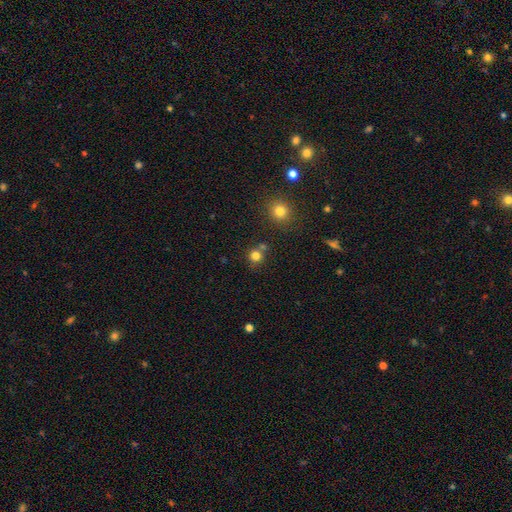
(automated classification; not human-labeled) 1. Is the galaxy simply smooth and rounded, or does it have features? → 79% smooth, 15% star or artifact, 6% featured or disk.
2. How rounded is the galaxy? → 90% round, 9% in between, 1% cigar-shaped.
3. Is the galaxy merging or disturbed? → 70% none, 18% merger, 8% minor disturbance, 3% major disturbance.